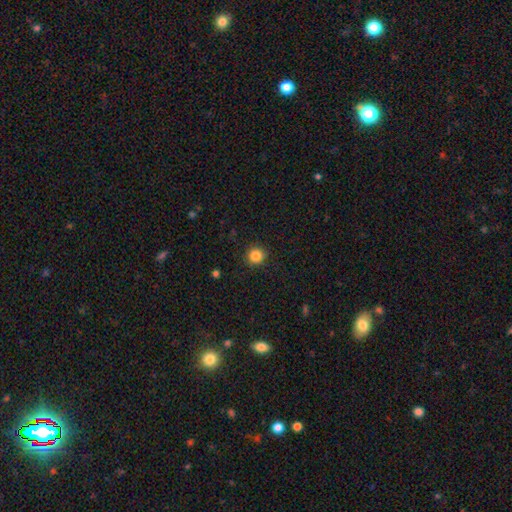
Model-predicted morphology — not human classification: Smooth or featured? Predicted: smooth (p=0.85). How rounded? Predicted: round (p=0.91). Merging? Predicted: none (p=0.91).